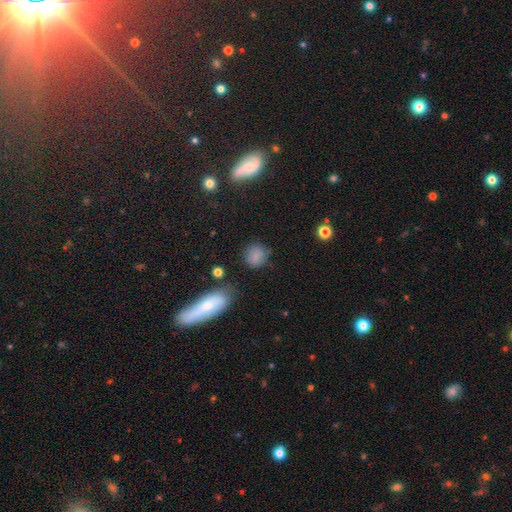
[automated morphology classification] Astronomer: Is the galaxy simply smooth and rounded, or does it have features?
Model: smooth — 79%.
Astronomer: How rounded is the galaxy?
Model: round — 75%.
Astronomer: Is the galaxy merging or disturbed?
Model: none — 73%.